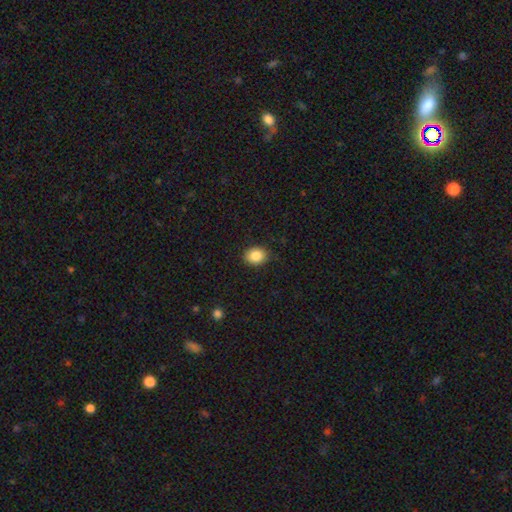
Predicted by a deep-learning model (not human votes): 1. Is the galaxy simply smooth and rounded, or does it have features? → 86% smooth, 9% star or artifact, 5% featured or disk.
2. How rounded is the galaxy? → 52% round, 48% in between, 1% cigar-shaped.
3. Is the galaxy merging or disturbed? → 88% none, 9% minor disturbance, 2% major disturbance, 1% merger.